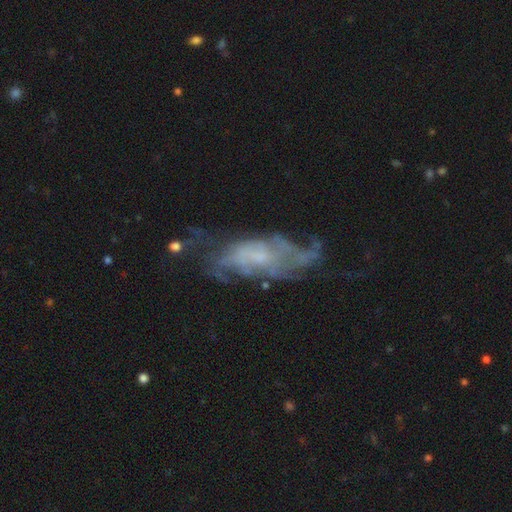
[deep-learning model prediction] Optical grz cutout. It shows a featured or disk galaxy (73%) with no bar (68%), spiral arms (72%) and a small central bulge (47%). Merging: none (48%).